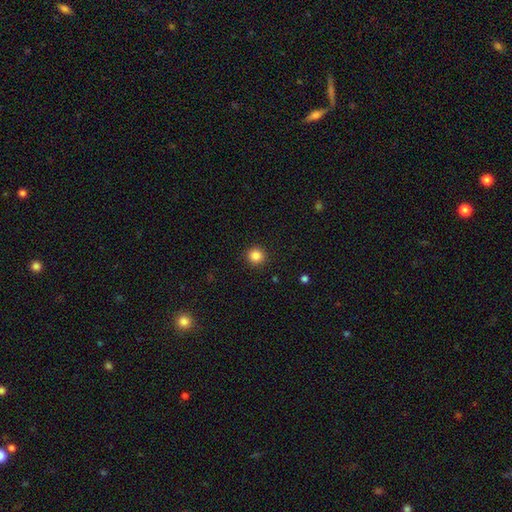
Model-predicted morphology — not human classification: Overall: smooth (86%). How rounded: round (94%). Merging: none (92%).